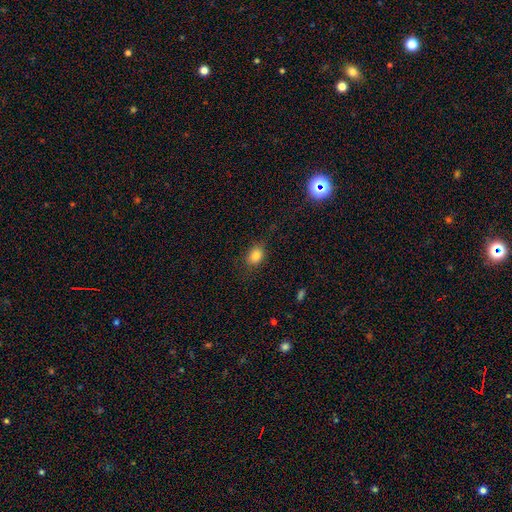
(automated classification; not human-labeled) The model was most divided on "how rounded": in between: 60%, round: 38%, cigar-shaped: 1%. More confident: smooth or featured — smooth (82%); merging — none (77%).